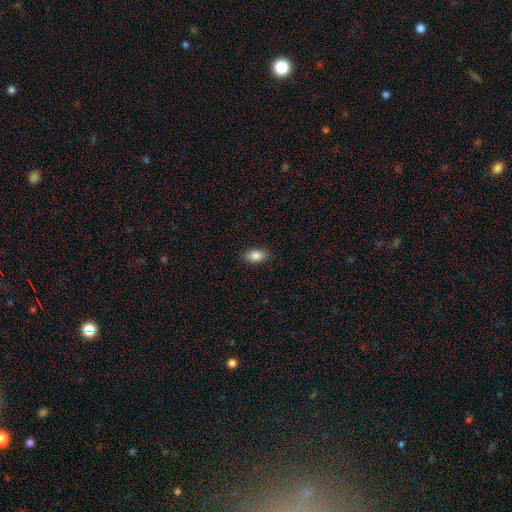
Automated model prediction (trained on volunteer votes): Smooth or featured? Predicted: smooth (p=0.87). How rounded? Predicted: in between (p=0.88). Merging? Predicted: none (p=0.86).